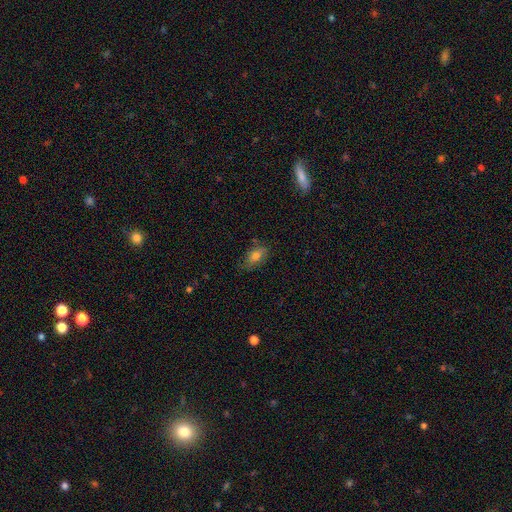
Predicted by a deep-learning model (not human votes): smooth-or-featured: smooth: 72% | featured or disk: 18% | star or artifact: 10%
  how-rounded: in between: 85% | round: 10% | cigar-shaped: 5%
  merging: none: 68% | minor disturbance: 23% | major disturbance: 6% | merger: 2%